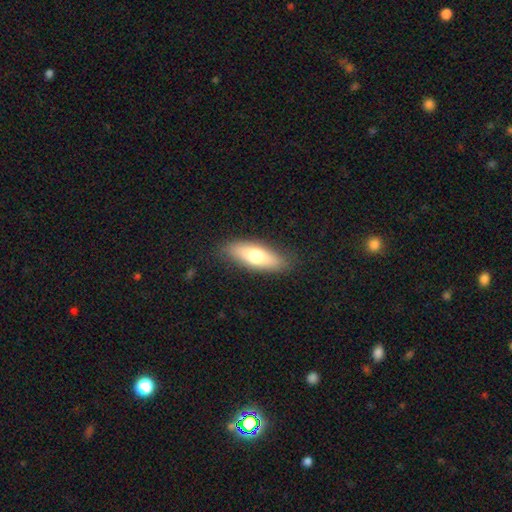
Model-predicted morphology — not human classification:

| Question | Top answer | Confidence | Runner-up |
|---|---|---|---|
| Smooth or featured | smooth | 68% | featured or disk (25%) |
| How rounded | in between | 61% | cigar-shaped (36%) |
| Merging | none | 85% | minor disturbance (11%) |